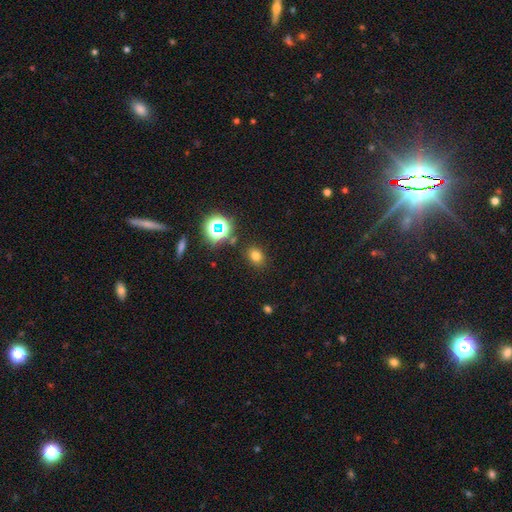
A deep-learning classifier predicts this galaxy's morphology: Smooth or featured?
  - smooth: 70% *
  - star or artifact: 22%
  - featured or disk: 8%
How rounded?
  - in between: 55% *
  - round: 44%
  - cigar-shaped: 1%
Merging?
  - none: 84% *
  - minor disturbance: 10%
  - major disturbance: 3%
  - merger: 3%